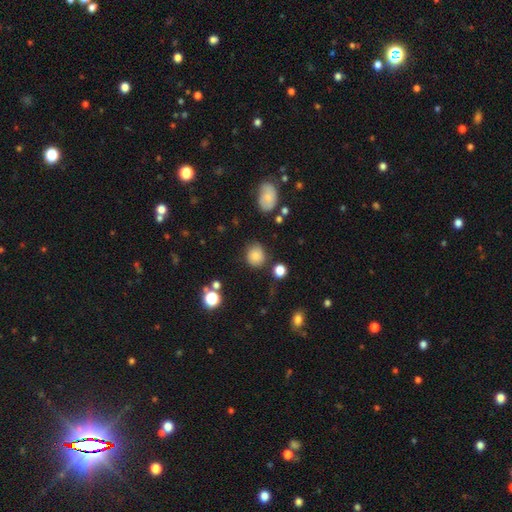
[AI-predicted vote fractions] smooth-or-featured: smooth: 81% | star or artifact: 12% | featured or disk: 7%
  how-rounded: round: 78% | in between: 21% | cigar-shaped: 1%
  merging: none: 75% | minor disturbance: 16% | major disturbance: 5% | merger: 3%